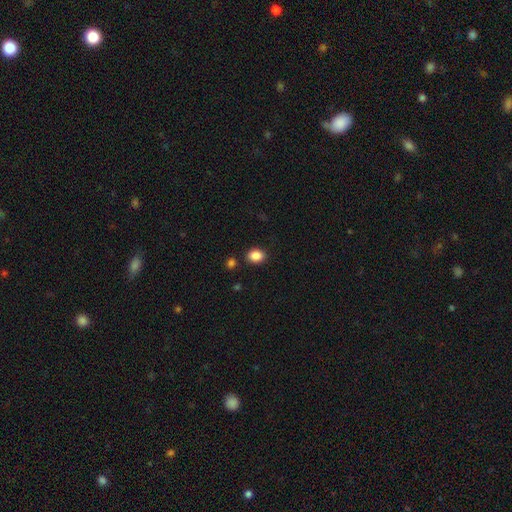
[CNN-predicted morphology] smooth 87%, star or artifact 9%, featured or disk 4%. Down the decision tree: how rounded — in between (56%); merging — none (86%).